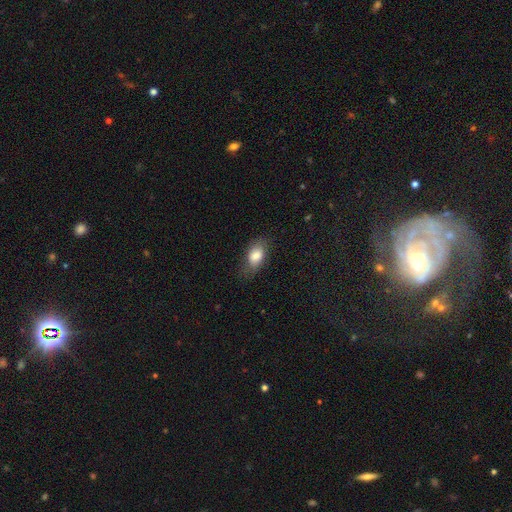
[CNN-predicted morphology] Overall: smooth (82%). How rounded: in between (87%). Merging: none (70%).